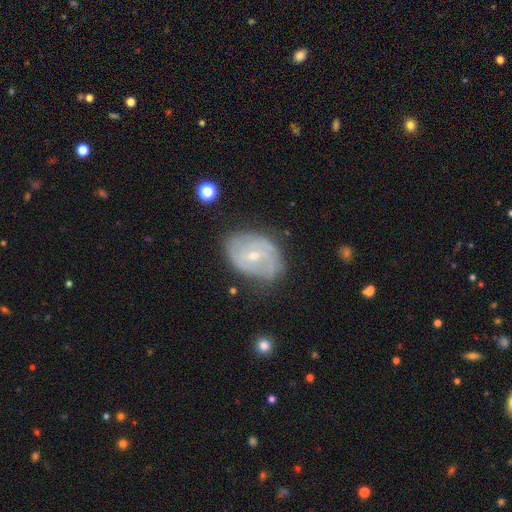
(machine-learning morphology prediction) Smooth or featured? featured or disk (68%)
Edge-on disk? no (95%)
Bar? no (43%)
Spiral arms? yes (67%)
Bulge size? small (59%)
Merging? none (68%)